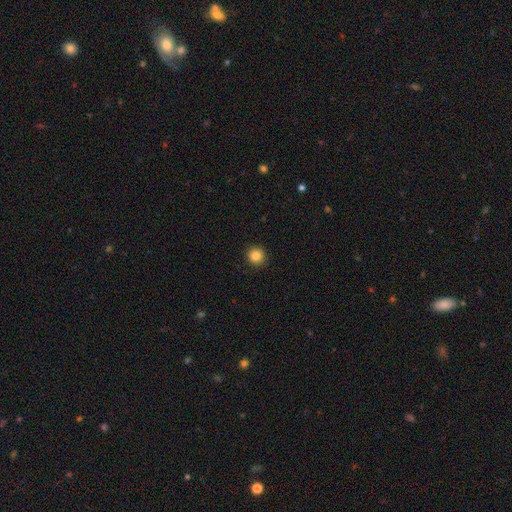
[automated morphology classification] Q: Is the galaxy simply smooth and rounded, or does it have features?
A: smooth — 85%.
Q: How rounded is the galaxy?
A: round — 95%.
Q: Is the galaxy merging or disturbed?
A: none — 93%.